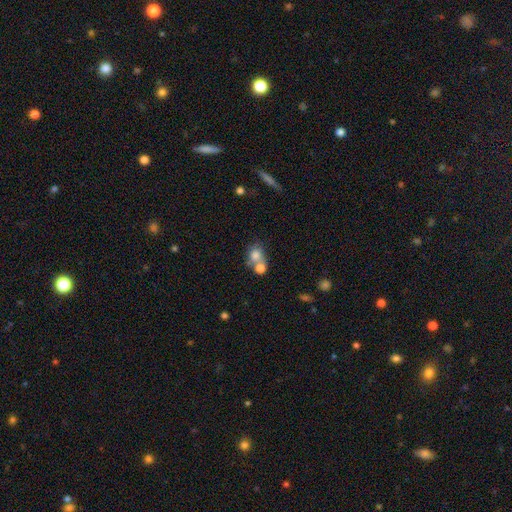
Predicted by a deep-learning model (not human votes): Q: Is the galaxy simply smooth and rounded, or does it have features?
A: smooth — 74%.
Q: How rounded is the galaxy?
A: round — 66%.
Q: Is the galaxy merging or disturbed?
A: merger — 57%.